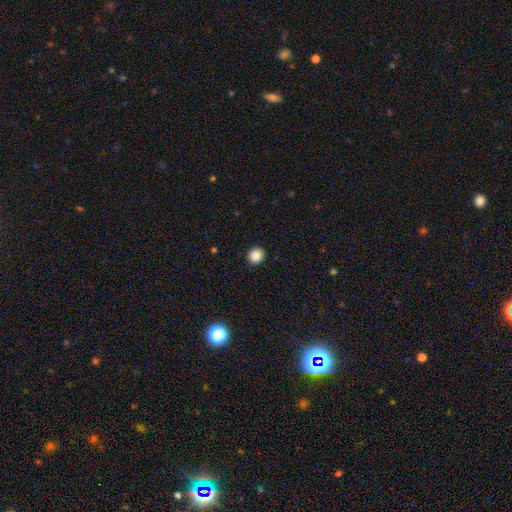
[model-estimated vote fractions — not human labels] smooth-or-featured: smooth: 87% | star or artifact: 10% | featured or disk: 3%
  how-rounded: round: 91% | in between: 8% | cigar-shaped: 1%
  merging: none: 93% | minor disturbance: 5% | major disturbance: 2% | merger: 1%